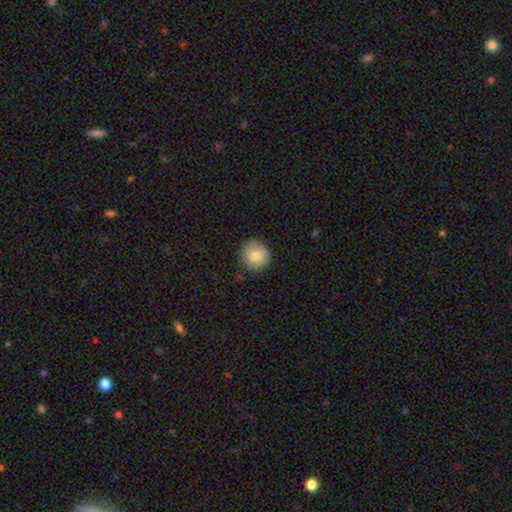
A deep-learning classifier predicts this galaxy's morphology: Smooth or featured? Predicted: smooth (p=0.75). How rounded? Predicted: round (p=0.93). Merging? Predicted: none (p=0.86).